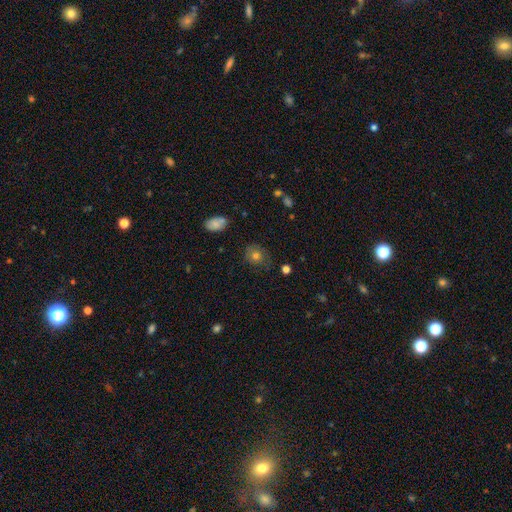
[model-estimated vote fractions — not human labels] Morphology: type=smooth (67%); roundness=round (75%); merging=none (71%).